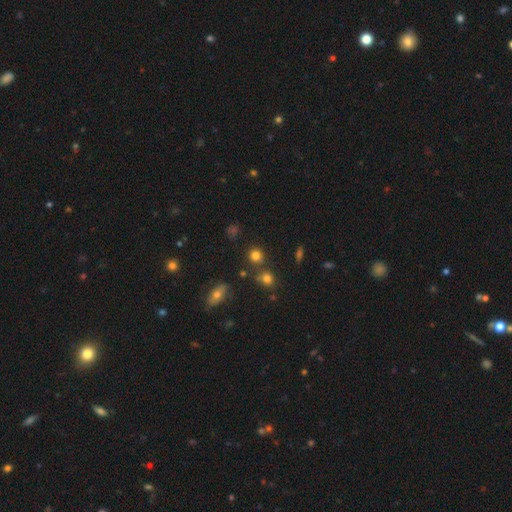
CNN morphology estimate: Smooth or featured?
  - smooth: 77% *
  - star or artifact: 16%
  - featured or disk: 7%
How rounded?
  - round: 85% *
  - in between: 13%
  - cigar-shaped: 1%
Merging?
  - none: 76% *
  - merger: 11%
  - minor disturbance: 9%
  - major disturbance: 3%